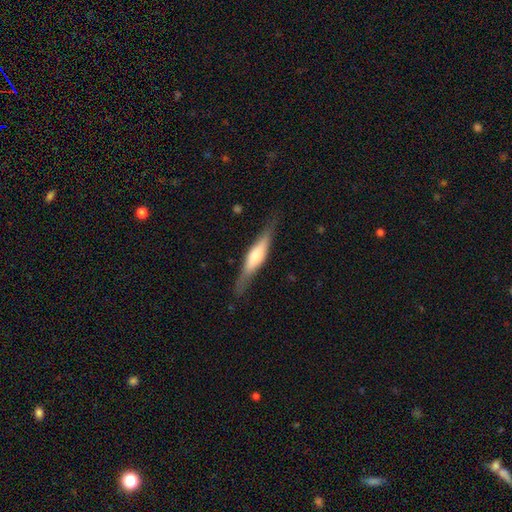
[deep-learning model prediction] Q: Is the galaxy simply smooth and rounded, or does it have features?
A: featured or disk — 56%.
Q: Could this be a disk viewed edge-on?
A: yes — 92%.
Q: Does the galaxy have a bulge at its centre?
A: rounded — 71%.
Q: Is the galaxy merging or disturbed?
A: none — 80%.